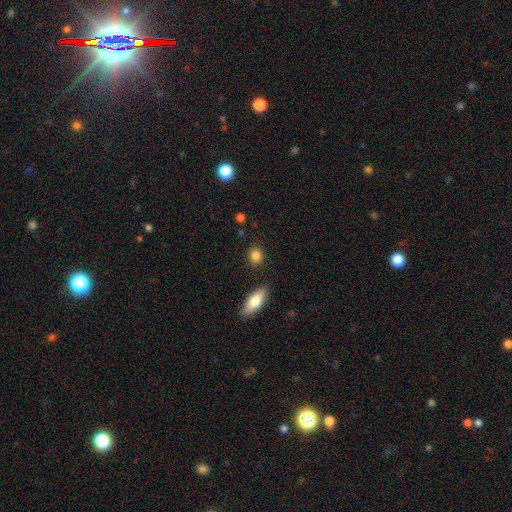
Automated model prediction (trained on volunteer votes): Smooth or featured?
  - smooth: 86% *
  - star or artifact: 8%
  - featured or disk: 6%
How rounded?
  - round: 59% *
  - in between: 38%
  - cigar-shaped: 3%
Merging?
  - none: 86% *
  - minor disturbance: 8%
  - merger: 3%
  - major disturbance: 2%